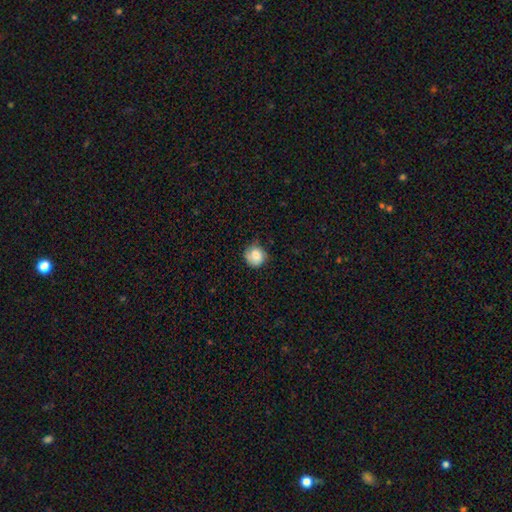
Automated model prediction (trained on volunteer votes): Smooth or featured? Predicted: smooth (p=0.78). How rounded? Predicted: round (p=0.87). Merging? Predicted: none (p=0.72).